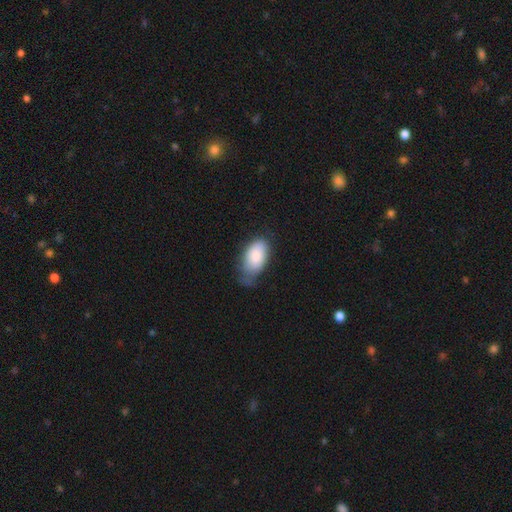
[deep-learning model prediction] A smooth galaxy with no disk features (84%) that is in between round and cigar-shaped (94%).

Vote fractions:
- Smooth or featured? smooth: 84% / featured or disk: 10% / star or artifact: 6%
- How rounded? in between: 94% / round: 4% / cigar-shaped: 2%
- Merging? none: 43% / minor disturbance: 42% / major disturbance: 13% / merger: 3%